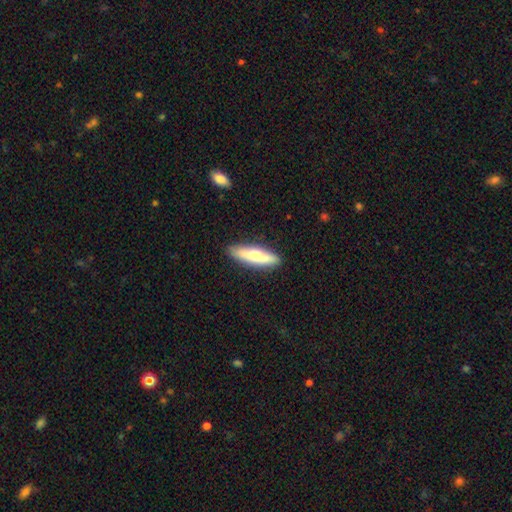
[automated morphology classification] Smooth or featured? Predicted: smooth (p=0.68). How rounded? Predicted: cigar-shaped (p=0.72). Merging? Predicted: none (p=0.87).